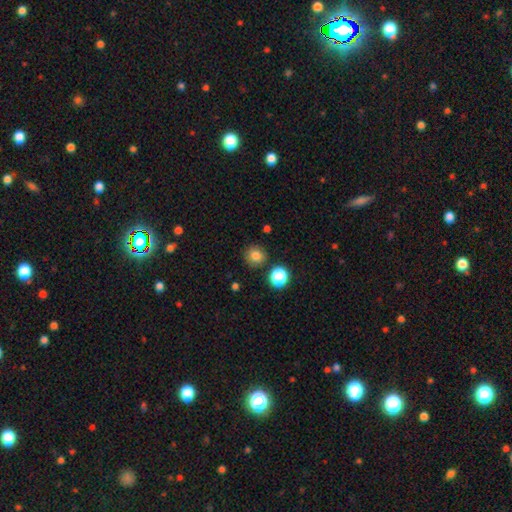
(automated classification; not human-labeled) smooth_or_featured: smooth (p=0.81) [alt: star or artifact p=0.13]
how_rounded: round (p=0.93) [alt: in between p=0.06]
merging: none (p=0.87) [alt: minor disturbance p=0.07]